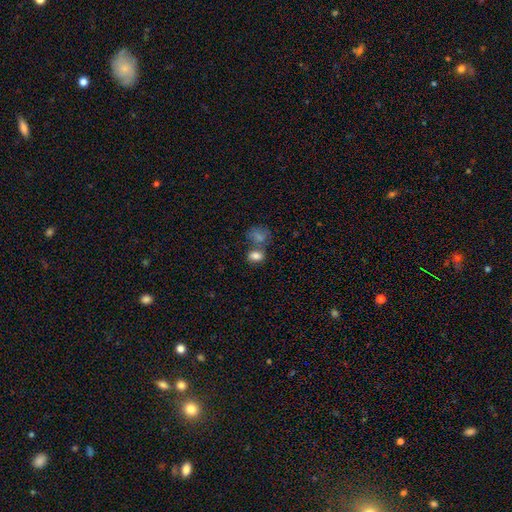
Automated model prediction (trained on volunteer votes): smooth-or-featured: smooth: 82% | star or artifact: 10% | featured or disk: 8%
  how-rounded: in between: 77% | round: 22% | cigar-shaped: 1%
  merging: none: 44% | merger: 37% | minor disturbance: 13% | major disturbance: 6%